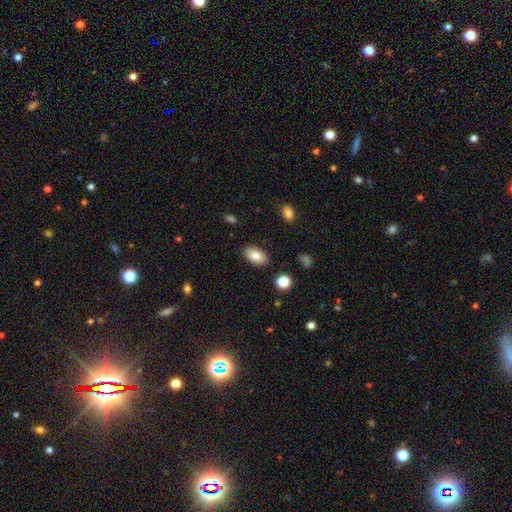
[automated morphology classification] Smooth or featured? Predicted: smooth (p=0.82). How rounded? Predicted: in between (p=0.93). Merging? Predicted: none (p=0.87).